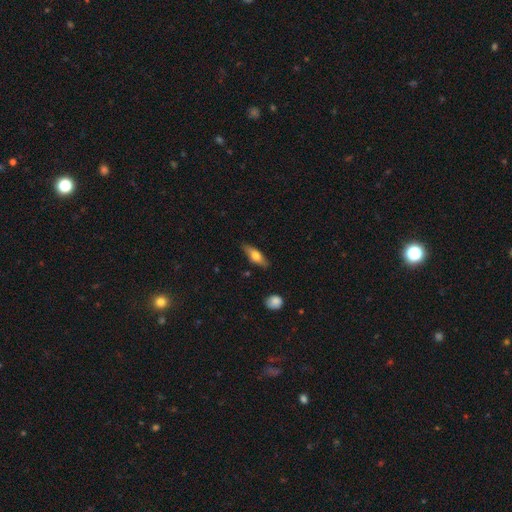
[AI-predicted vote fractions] Smooth or featured?
  - smooth: 57% *
  - featured or disk: 36%
  - star or artifact: 6%
How rounded?
  - in between: 52% *
  - cigar-shaped: 45%
  - round: 3%
Merging?
  - none: 81% *
  - minor disturbance: 14%
  - major disturbance: 3%
  - merger: 2%